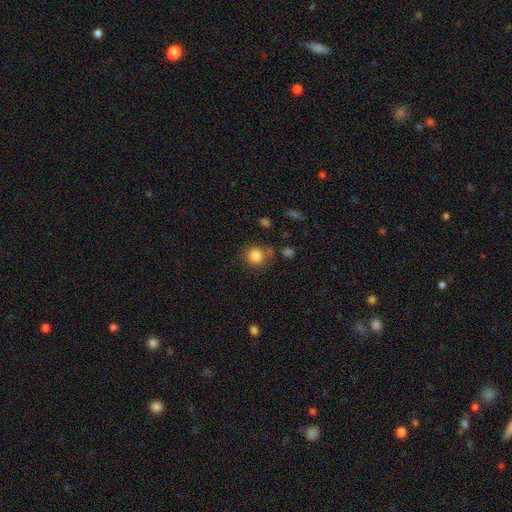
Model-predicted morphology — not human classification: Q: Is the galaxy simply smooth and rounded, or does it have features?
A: smooth — 84%.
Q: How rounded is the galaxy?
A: round — 87%.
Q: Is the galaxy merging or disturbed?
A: none — 73%.